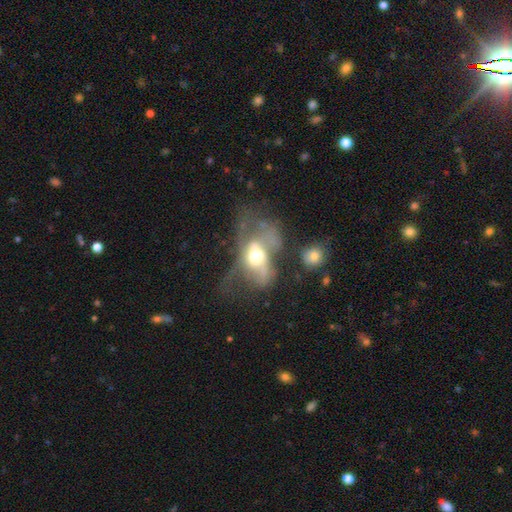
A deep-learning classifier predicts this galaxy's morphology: Smooth or featured: featured or disk — 64% (smooth — 27%)
Edge-on disk: no — 93% (yes — 7%)
Bar: no — 69% (weak — 23%)
Spiral arms: no — 55% (yes — 45%)
Bulge size: moderate — 61% (large — 24%)
Merging: major disturbance — 53% (merger — 18%)